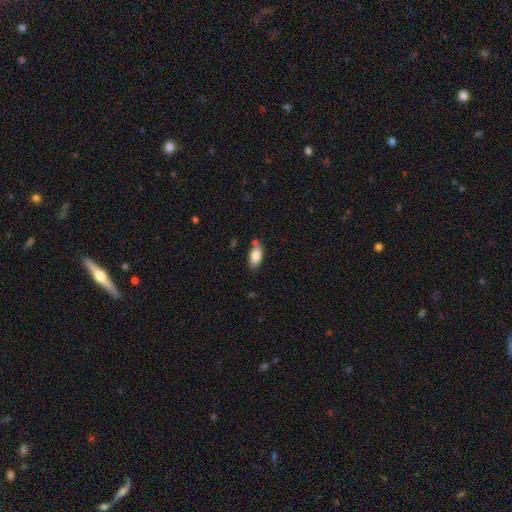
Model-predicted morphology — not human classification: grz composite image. It shows a smooth galaxy with no disk features (84%) that is in between round and cigar-shaped (90%). Merging: none (71%).